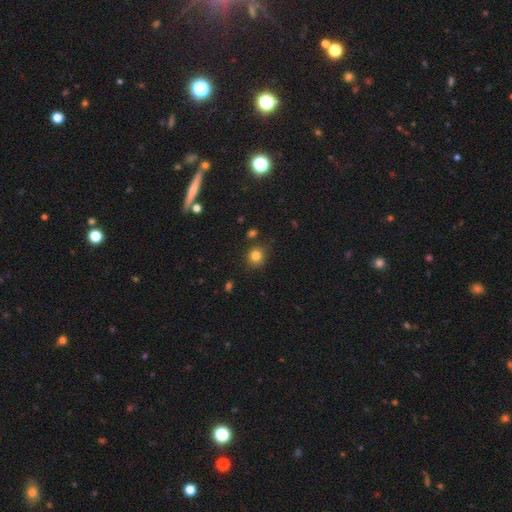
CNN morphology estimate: Smooth or featured? smooth (81%)
How rounded? round (84%)
Merging? none (81%)